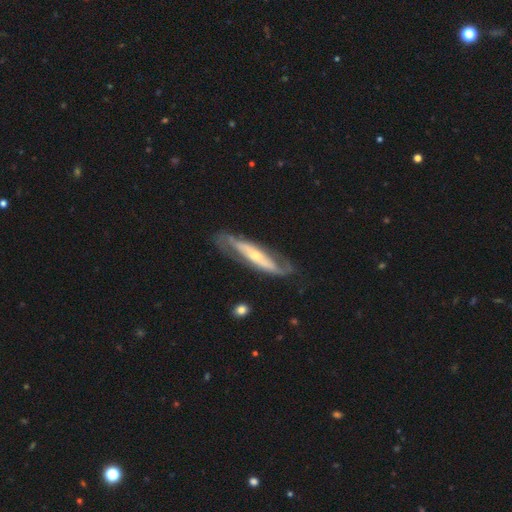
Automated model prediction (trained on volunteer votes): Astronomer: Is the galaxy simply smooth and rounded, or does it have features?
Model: featured or disk — 78%.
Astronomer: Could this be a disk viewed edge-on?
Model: no — 68%.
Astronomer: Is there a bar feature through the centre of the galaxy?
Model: no — 40% (runner-up: strong, 39%).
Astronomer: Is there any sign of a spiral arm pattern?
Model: yes — 80%.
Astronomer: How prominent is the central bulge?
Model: small — 57% (runner-up: moderate, 37%).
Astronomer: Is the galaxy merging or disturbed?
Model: none — 67%.